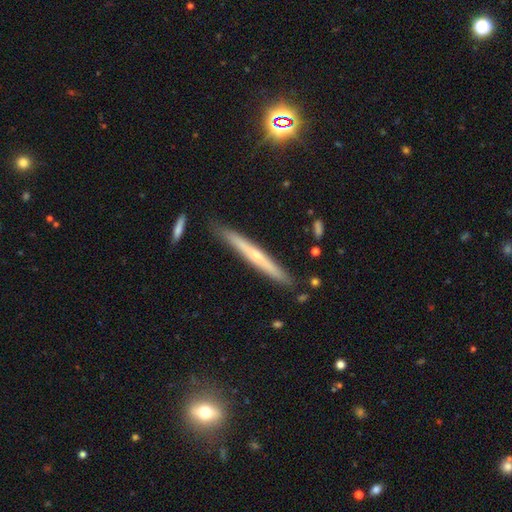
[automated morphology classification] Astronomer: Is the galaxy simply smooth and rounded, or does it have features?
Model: featured or disk — 55% (runner-up: smooth, 38%).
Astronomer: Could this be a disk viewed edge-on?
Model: yes — 95%.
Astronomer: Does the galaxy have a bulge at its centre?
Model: rounded — 49% (runner-up: none, 47%).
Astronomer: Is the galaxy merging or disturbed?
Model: none — 87%.